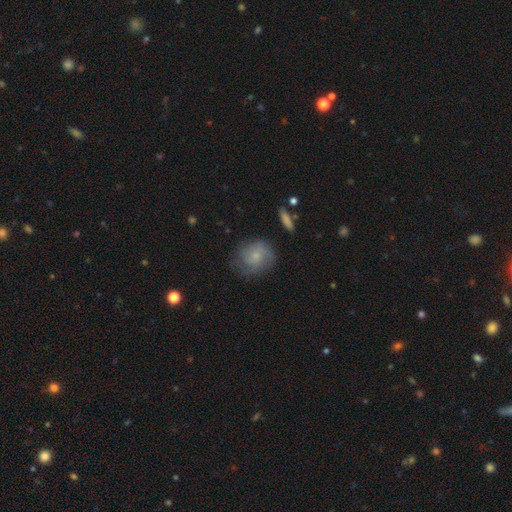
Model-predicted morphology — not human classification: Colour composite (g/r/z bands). It shows a smooth galaxy with no disk features (56%) that is round (74%). Merging: none (62%).